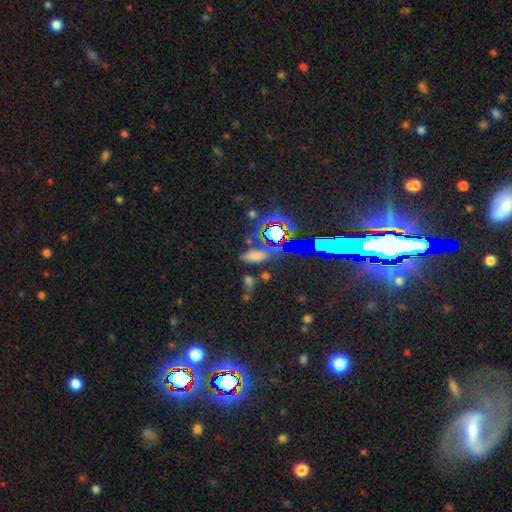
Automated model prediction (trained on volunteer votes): The model was most divided on "smooth or featured": smooth: 60%, star or artifact: 30%, featured or disk: 10%. More confident: how rounded — in between (76%); merging — none (68%).